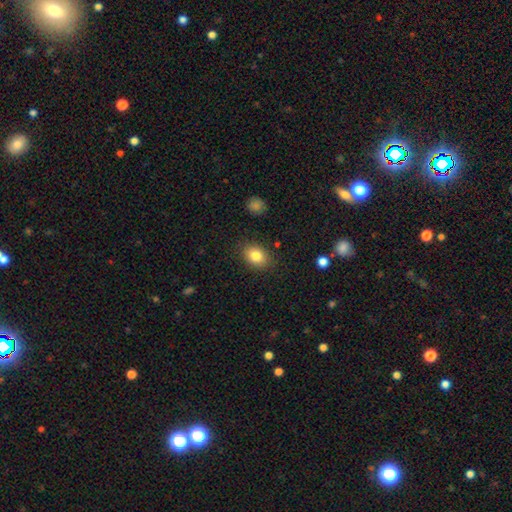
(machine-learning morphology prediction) Smooth or featured?
  - smooth: 83% *
  - star or artifact: 9%
  - featured or disk: 8%
How rounded?
  - in between: 68% *
  - round: 31%
  - cigar-shaped: 1%
Merging?
  - none: 85% *
  - minor disturbance: 11%
  - major disturbance: 3%
  - merger: 1%